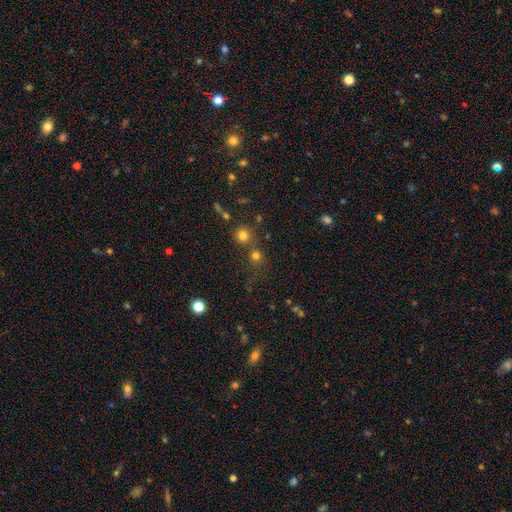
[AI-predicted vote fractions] Smooth or featured? smooth (71%)
How rounded? round (91%)
Merging? none (64%)